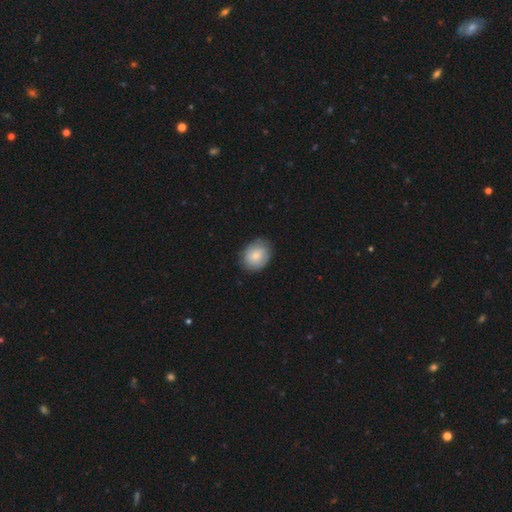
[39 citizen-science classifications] Overall: smooth (72%). How rounded: in between (64%; round 36%). Merging: none (76%).